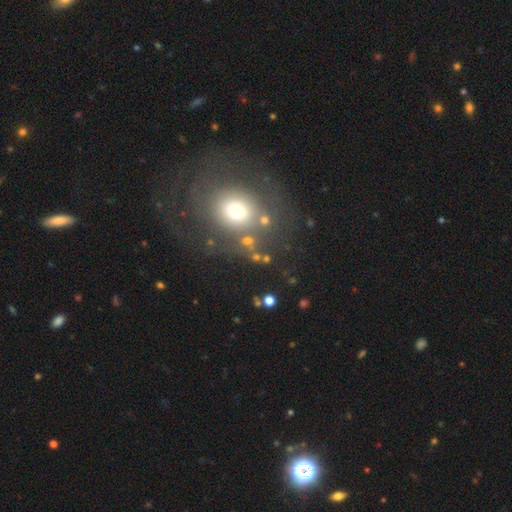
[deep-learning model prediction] Smooth or featured: smooth — 54% (featured or disk — 27%)
How rounded: round — 72% (in between — 27%)
Merging: none — 63% (major disturbance — 17%)